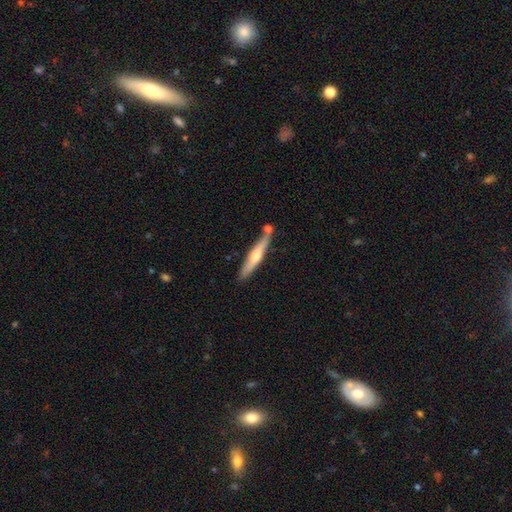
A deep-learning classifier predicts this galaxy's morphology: A featured or disk galaxy (55%) viewed edge-on (95%) with a rounded central bulge (86%).

Vote fractions:
- Smooth or featured? featured or disk: 55% / smooth: 39% / star or artifact: 5%
- Edge-on disk? yes: 95% / no: 5%
- Edge-on bulge? rounded: 86% / none: 9% / boxy: 5%
- Merging? none: 78% / minor disturbance: 12% / merger: 8% / major disturbance: 2%